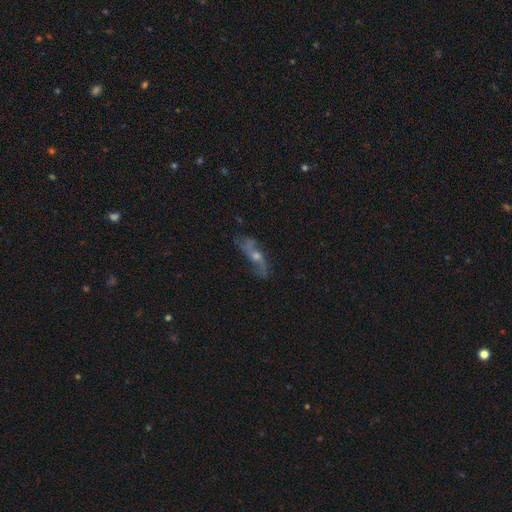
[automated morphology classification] Smooth or featured: featured or disk — 72% (smooth — 18%)
Edge-on disk: no — 71% (yes — 29%)
Bar: no — 64% (weak — 28%)
Spiral arms: yes — 86% (no — 14%)
Bulge size: moderate — 55% (small — 36%)
Merging: none — 68% (minor disturbance — 20%)